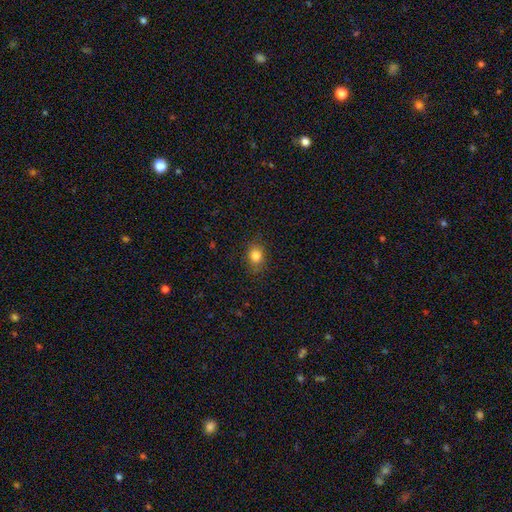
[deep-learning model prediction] smooth-or-featured: smooth: 83% | star or artifact: 11% | featured or disk: 6%
  how-rounded: in between: 51% | round: 48% | cigar-shaped: 1%
  merging: none: 84% | minor disturbance: 12% | major disturbance: 3% | merger: 1%